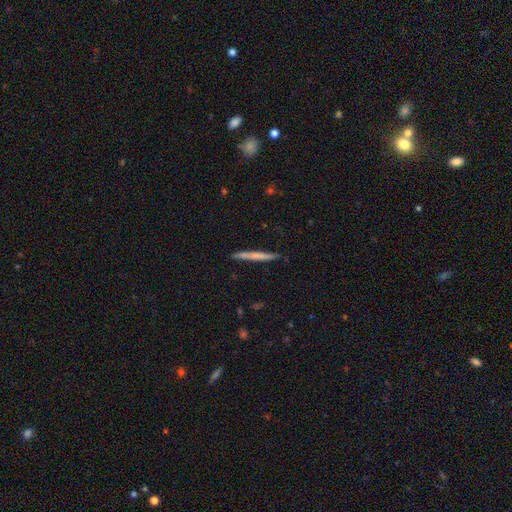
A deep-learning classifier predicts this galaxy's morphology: Q: Smooth or featured?
A: smooth (55%); runner-up: featured or disk (39%)
Q: How rounded?
A: cigar-shaped (96%); runner-up: in between (2%)
Q: Merging?
A: none (90%); runner-up: minor disturbance (8%)